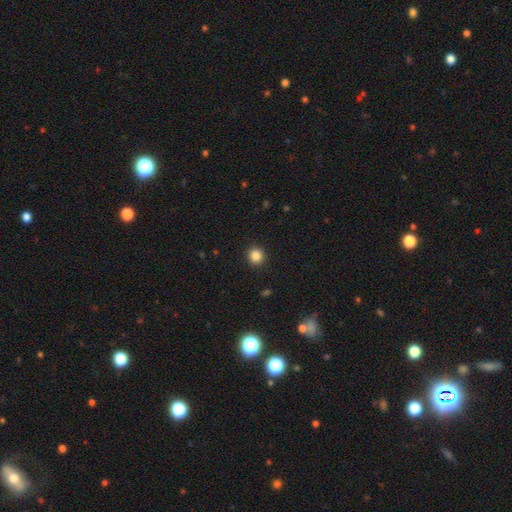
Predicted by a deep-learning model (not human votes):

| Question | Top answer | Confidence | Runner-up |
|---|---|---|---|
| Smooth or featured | smooth | 85% | star or artifact (11%) |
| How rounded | round | 88% | in between (11%) |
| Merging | none | 92% | minor disturbance (5%) |